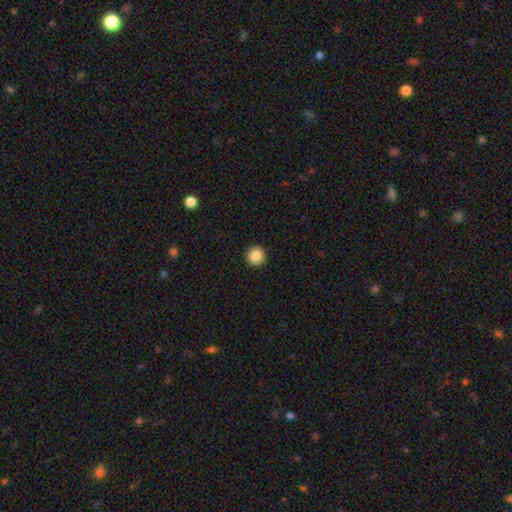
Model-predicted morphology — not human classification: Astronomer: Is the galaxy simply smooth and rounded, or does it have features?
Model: smooth — 87%.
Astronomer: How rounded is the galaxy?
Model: round — 95%.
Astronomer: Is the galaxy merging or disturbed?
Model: none — 93%.